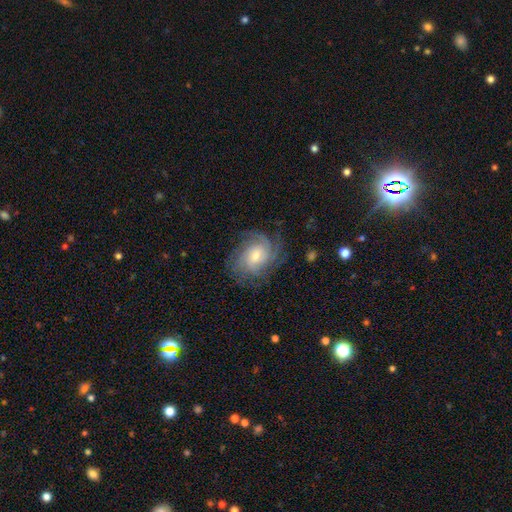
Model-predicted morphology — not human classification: A featured or disk galaxy (80%) with no bar (58%), tight (60%) spiral arms (96%) and a moderate central bulge (48%).

Vote fractions:
- Smooth or featured? featured or disk: 80% / smooth: 12% / star or artifact: 8%
- Edge-on disk? no: 97% / yes: 3%
- Bar? no: 58% / weak: 35% / strong: 6%
- Spiral arms? yes: 96% / no: 4%
- Spiral winding? tight: 60% / medium: 31% / loose: 9%
- Spiral arm count? can't tell: 30% / 4: 26% / 3: 19% / 2: 10% / more than 4: 9% / 1: 6%
- Bulge size? moderate: 48% / small: 45% / large: 5% / none: 2% / dominant: 1%
- Merging? none: 76% / minor disturbance: 15% / major disturbance: 8% / merger: 1%